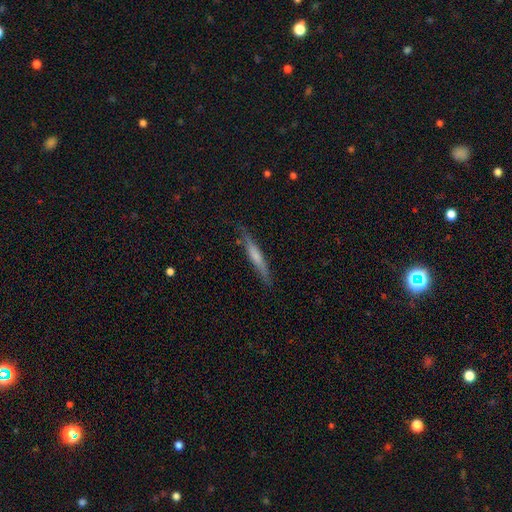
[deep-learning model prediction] Smooth or featured? smooth (52%)
How rounded? cigar-shaped (94%)
Merging? none (78%)